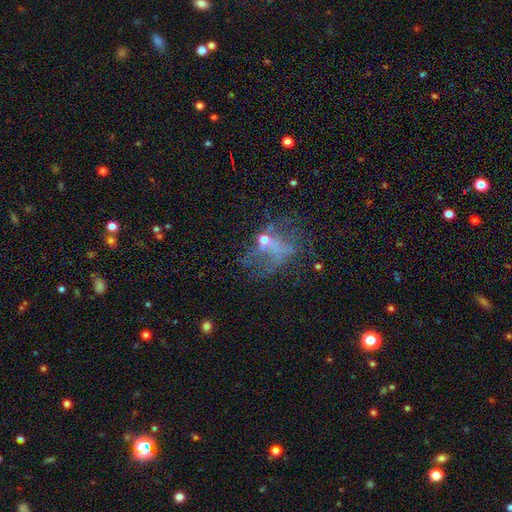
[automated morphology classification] This is possibly a featured or disk galaxy (46%). Merging: marginally none (38%).